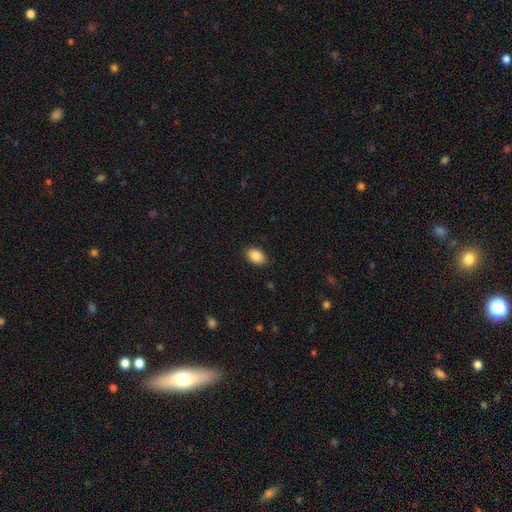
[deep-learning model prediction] This appears to be a smooth galaxy with no disk features (87%) that is in between round and cigar-shaped (86%). Merging: none (89%).